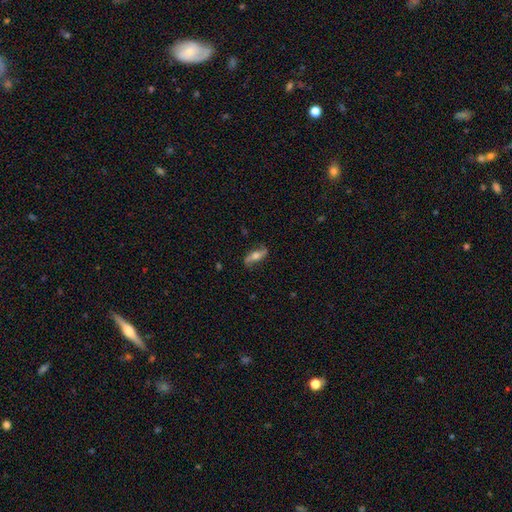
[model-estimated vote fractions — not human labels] This appears to be a featured or disk galaxy (56%). Merging: none (77%).